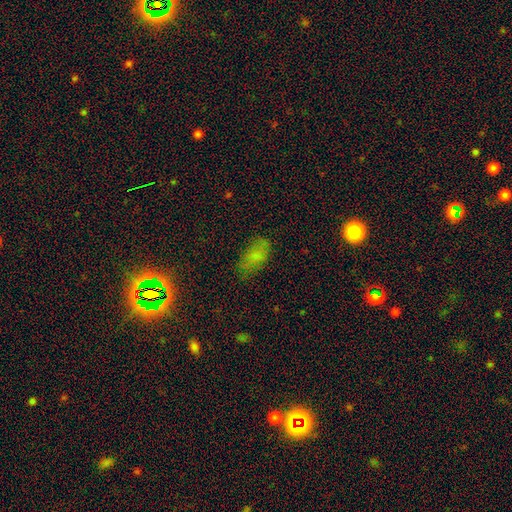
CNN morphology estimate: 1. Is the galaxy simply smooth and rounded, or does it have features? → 65% smooth, 21% star or artifact, 13% featured or disk.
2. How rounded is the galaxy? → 89% in between, 6% cigar-shaped, 5% round.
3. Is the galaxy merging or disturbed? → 63% none, 24% minor disturbance, 10% major disturbance, 3% merger.